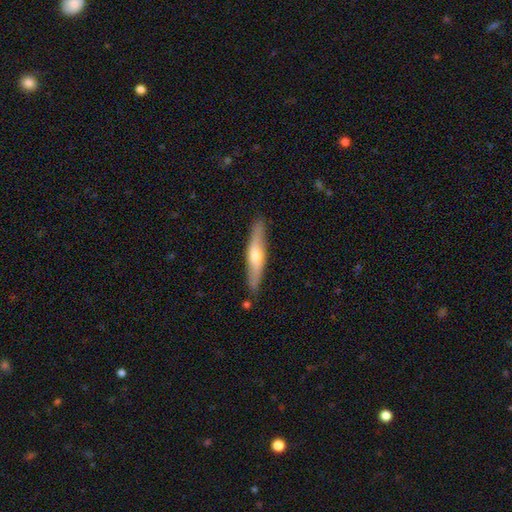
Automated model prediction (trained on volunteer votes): This is possibly a featured or disk galaxy (52%). It is clearly viewed edge-on (86%). Merging: clearly none (86%).